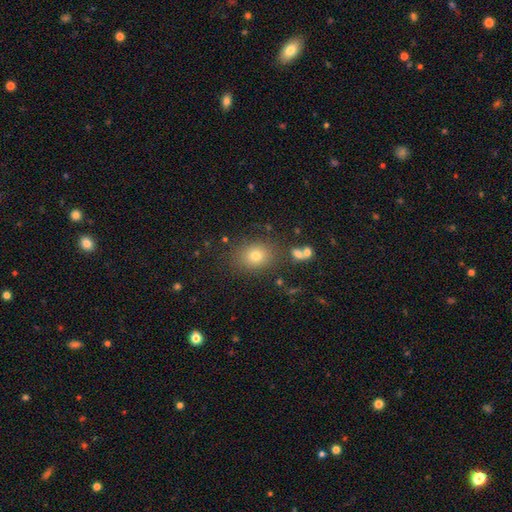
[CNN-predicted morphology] Overall: smooth (74%). How rounded: round (52%; in between 47%). Merging: none (83%).